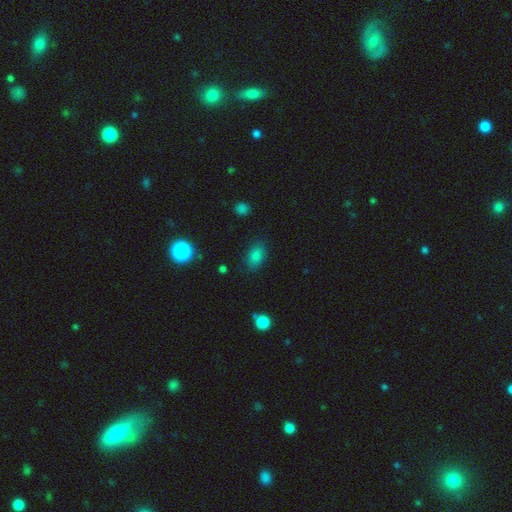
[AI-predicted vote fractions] Smooth or featured? Predicted: smooth (p=0.80). How rounded? Predicted: in between (p=0.83). Merging? Predicted: none (p=0.82).